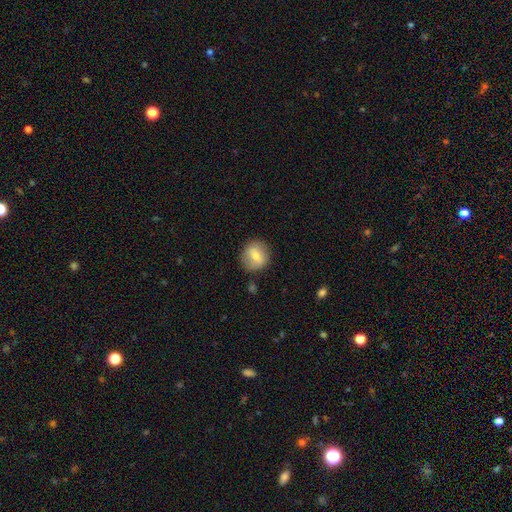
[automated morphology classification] Q: Smooth or featured?
A: smooth (67%); runner-up: featured or disk (25%)
Q: How rounded?
A: round (82%); runner-up: in between (17%)
Q: Merging?
A: none (83%); runner-up: minor disturbance (12%)